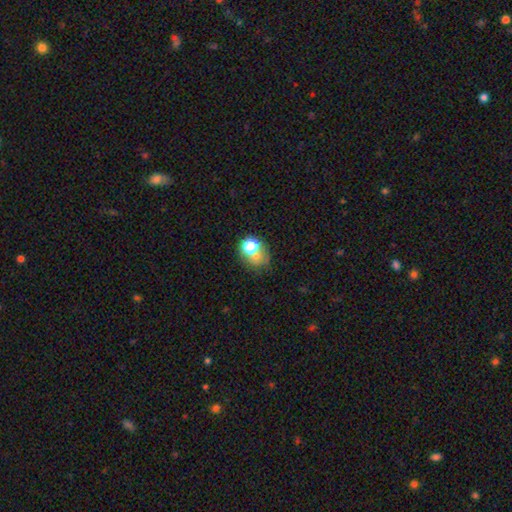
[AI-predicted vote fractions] Morphology: type=smooth (63%); roundness=round (62%); merging=none (41%).